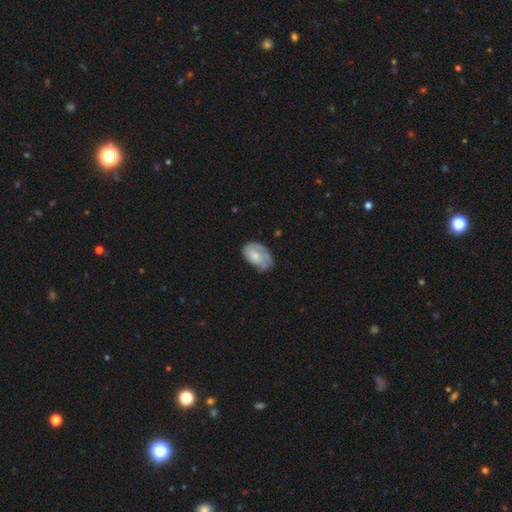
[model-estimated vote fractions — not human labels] smooth_or_featured: smooth (p=0.55) [alt: featured or disk p=0.39]
how_rounded: in between (p=0.88) [alt: round p=0.11]
merging: none (p=0.46) [alt: minor disturbance p=0.35]